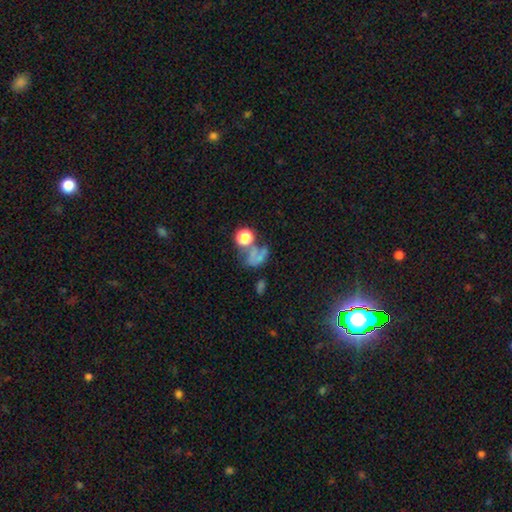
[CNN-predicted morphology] This is possibly a smooth galaxy (51%). How rounded: possibly round (50%). Merging: marginally merger (31%, tied with major disturbance).